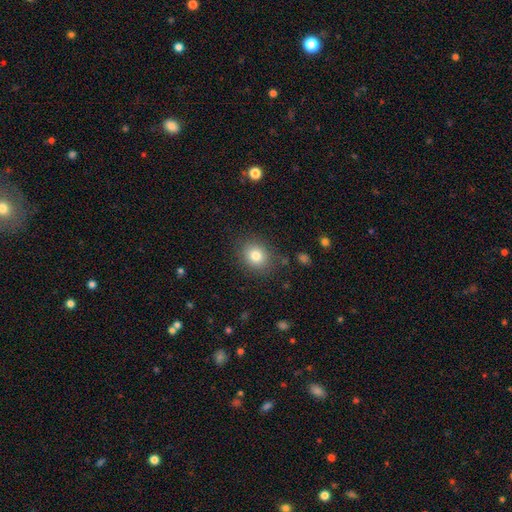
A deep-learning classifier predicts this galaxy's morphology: Smooth or featured?
  - smooth: 80% *
  - star or artifact: 11%
  - featured or disk: 9%
How rounded?
  - round: 69% *
  - in between: 30%
  - cigar-shaped: 1%
Merging?
  - none: 84% *
  - minor disturbance: 10%
  - major disturbance: 4%
  - merger: 2%